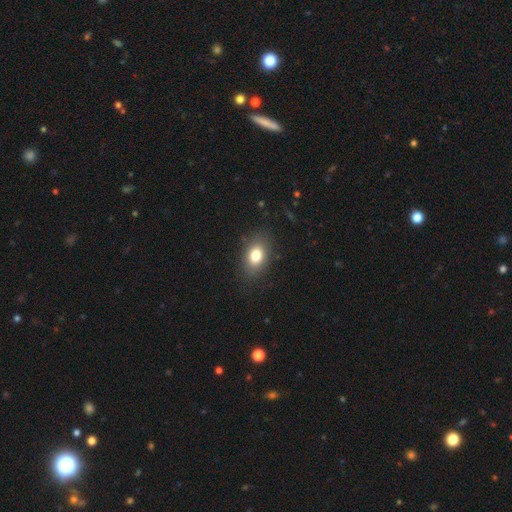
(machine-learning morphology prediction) Smooth or featured? Predicted: smooth (p=0.80). How rounded? Predicted: in between (p=0.79). Merging? Predicted: none (p=0.84).